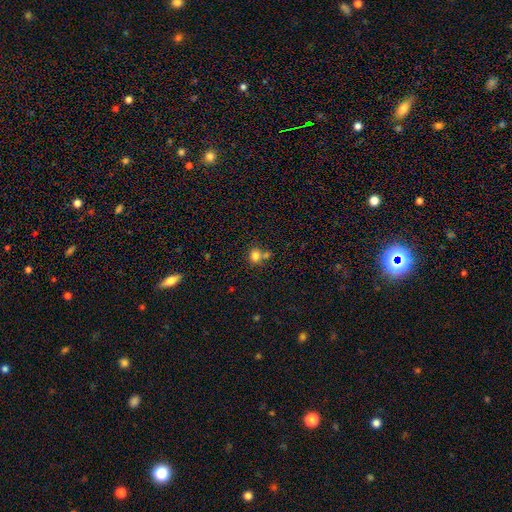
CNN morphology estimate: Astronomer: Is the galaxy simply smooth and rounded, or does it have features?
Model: smooth — 80%.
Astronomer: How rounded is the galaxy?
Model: round — 82%.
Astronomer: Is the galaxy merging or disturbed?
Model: none — 58%.